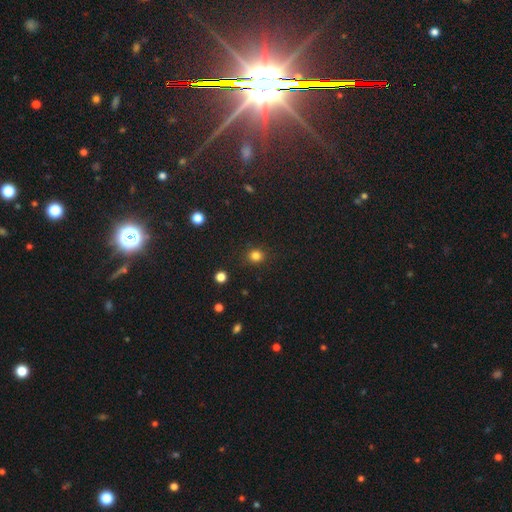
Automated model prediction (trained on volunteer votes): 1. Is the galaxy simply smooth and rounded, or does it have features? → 82% smooth, 14% star or artifact, 4% featured or disk.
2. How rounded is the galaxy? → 83% round, 17% in between, 1% cigar-shaped.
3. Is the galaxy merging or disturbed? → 88% none, 8% minor disturbance, 3% major disturbance, 1% merger.